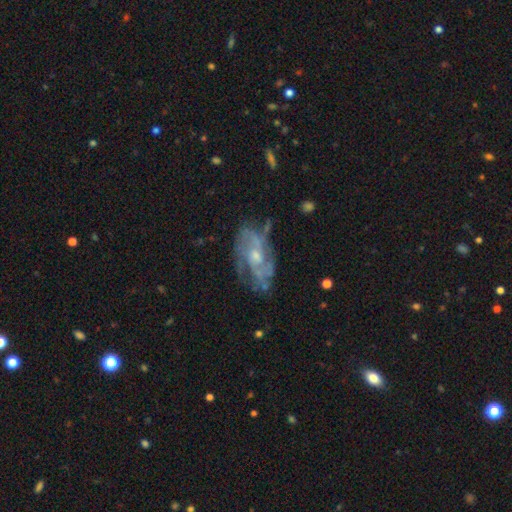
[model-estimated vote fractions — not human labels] A featured or disk galaxy (80%) with no bar (67%), medium (43%) spiral arms (83%) and a moderate central bulge (50%).

Vote fractions:
- Smooth or featured? featured or disk: 80% / smooth: 12% / star or artifact: 8%
- Edge-on disk? no: 94% / yes: 6%
- Bar? no: 67% / weak: 28% / strong: 6%
- Spiral arms? yes: 83% / no: 17%
- Spiral winding? medium: 43% / tight: 36% / loose: 21%
- Spiral arm count? can't tell: 36% / 2: 29% / 3: 17% / 4: 9% / 1: 5% / more than 4: 5%
- Bulge size? moderate: 50% / small: 42% / none: 4% / large: 3% / dominant: 1%
- Merging? none: 64% / minor disturbance: 21% / major disturbance: 12% / merger: 3%